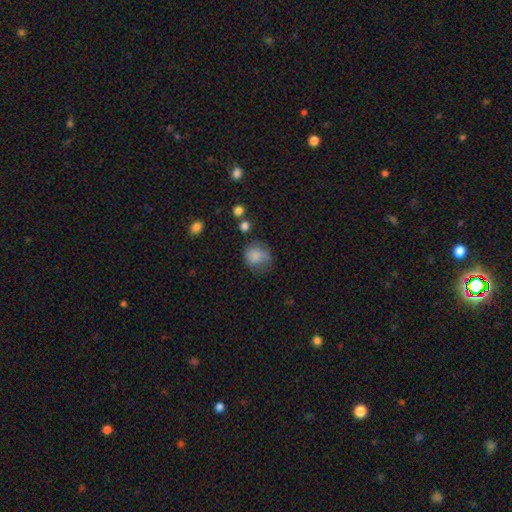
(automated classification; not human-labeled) A smooth galaxy with no disk features (80%) that is round (78%). Merging: none (53%).